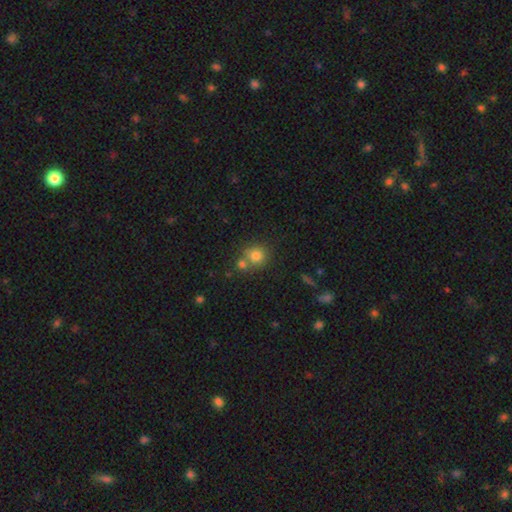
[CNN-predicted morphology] Q: Smooth or featured?
A: smooth (78%); runner-up: star or artifact (13%)
Q: How rounded?
A: round (87%); runner-up: in between (12%)
Q: Merging?
A: none (56%); runner-up: merger (32%)